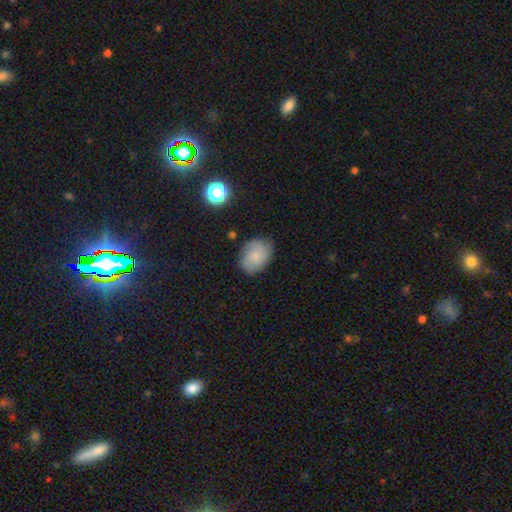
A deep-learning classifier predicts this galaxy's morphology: smooth_or_featured: smooth (p=0.69) [alt: featured or disk p=0.22]
how_rounded: in between (p=0.72) [alt: round p=0.27]
merging: none (p=0.73) [alt: minor disturbance p=0.20]